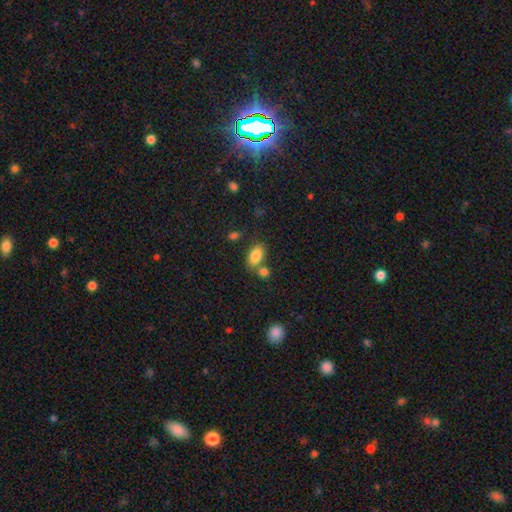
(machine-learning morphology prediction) Smooth or featured?
  - smooth: 84% *
  - star or artifact: 8%
  - featured or disk: 8%
How rounded?
  - in between: 90% *
  - round: 8%
  - cigar-shaped: 2%
Merging?
  - none: 62% *
  - merger: 21%
  - minor disturbance: 13%
  - major disturbance: 4%